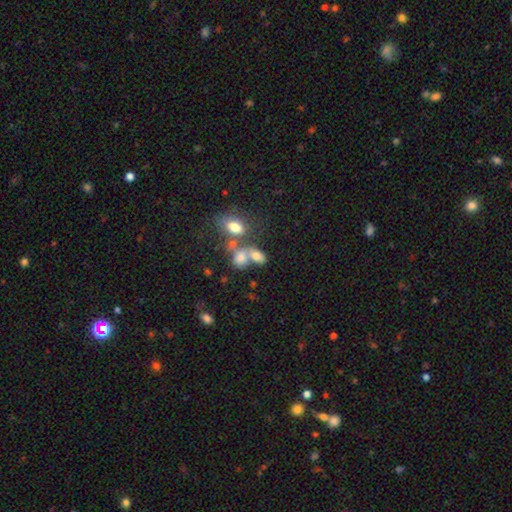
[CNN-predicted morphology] smooth-or-featured: smooth: 70% | featured or disk: 15% | star or artifact: 14%
  how-rounded: in between: 77% | round: 21% | cigar-shaped: 2%
  merging: merger: 50% | none: 30% | minor disturbance: 11% | major disturbance: 8%